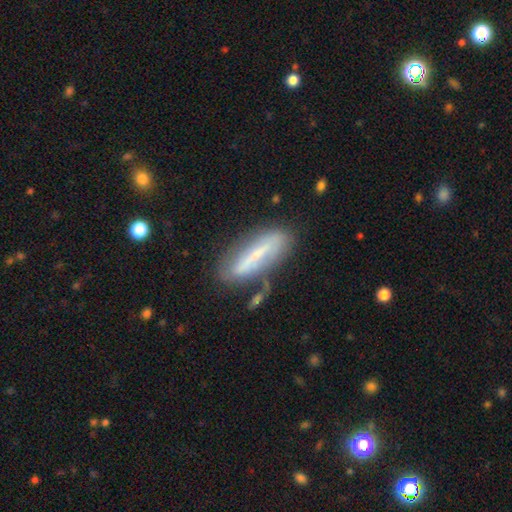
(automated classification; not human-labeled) featured or disk 55%, smooth 37%, star or artifact 8%. Down the decision tree: edge-on disk — no (57%); merging — none (65%).